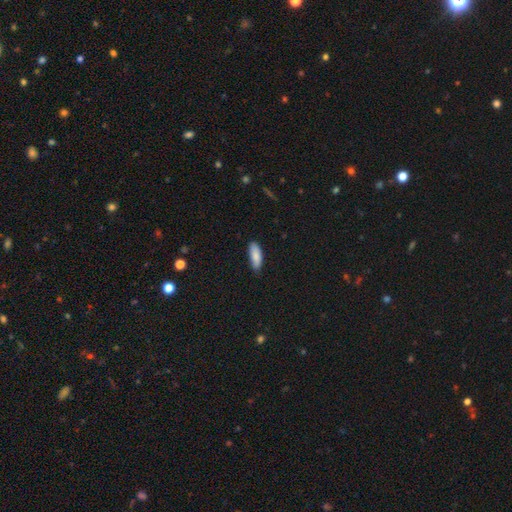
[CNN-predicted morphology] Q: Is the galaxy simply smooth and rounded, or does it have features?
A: smooth — 87%.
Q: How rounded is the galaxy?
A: in between — 70%.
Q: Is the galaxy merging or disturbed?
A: none — 77%.